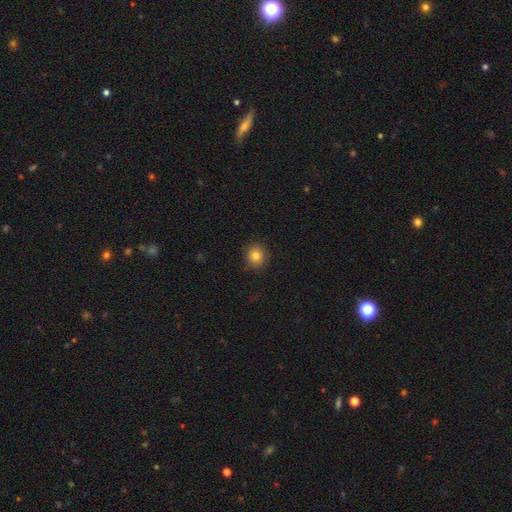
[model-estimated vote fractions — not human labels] This is clearly a smooth galaxy (80%). How rounded: clearly round (85%). Merging: clearly none (87%).